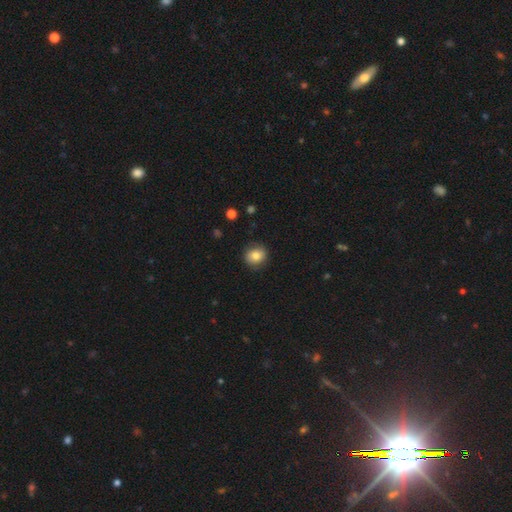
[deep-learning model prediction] Overall: smooth (81%). How rounded: round (78%). Merging: none (86%).